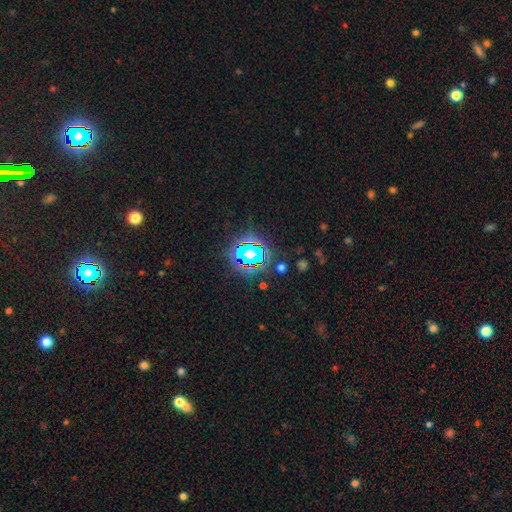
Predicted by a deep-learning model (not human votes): Q: Smooth or featured?
A: star or artifact (79%); runner-up: smooth (13%)